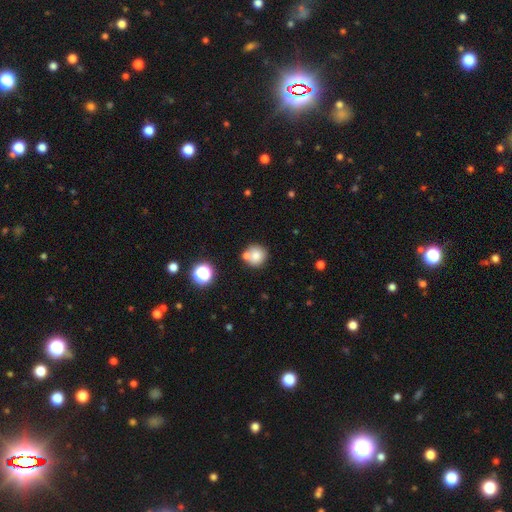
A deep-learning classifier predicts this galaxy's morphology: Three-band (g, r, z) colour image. It shows a smooth galaxy with no disk features (77%) that is round (90%). Merging: none (60%).